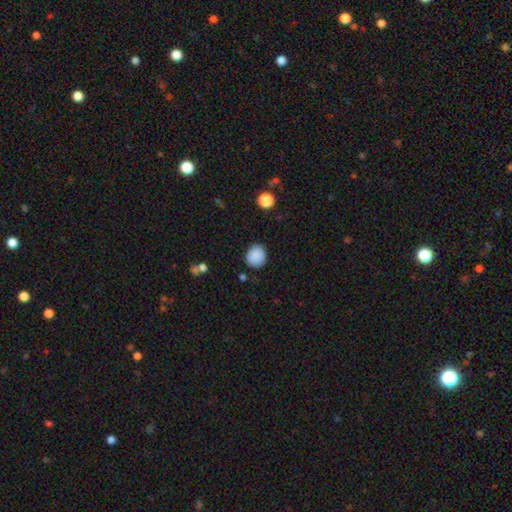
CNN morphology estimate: Smooth or featured? Predicted: smooth (p=0.88). How rounded? Predicted: round (p=0.74). Merging? Predicted: none (p=0.84).